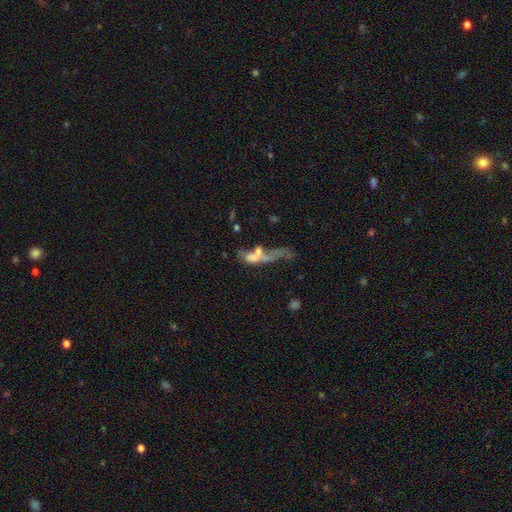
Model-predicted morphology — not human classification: Smooth or featured: smooth — 46% (featured or disk — 42%)
Merging: merger — 44% (major disturbance — 32%)